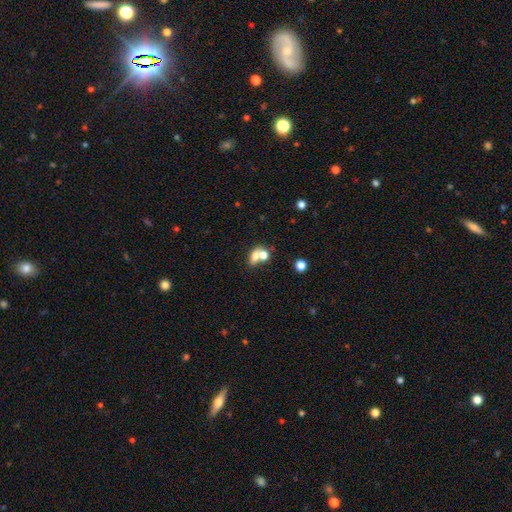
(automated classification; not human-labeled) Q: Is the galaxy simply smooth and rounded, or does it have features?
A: smooth — 68%.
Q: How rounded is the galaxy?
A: in between — 60%.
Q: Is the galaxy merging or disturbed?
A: merger — 57%.